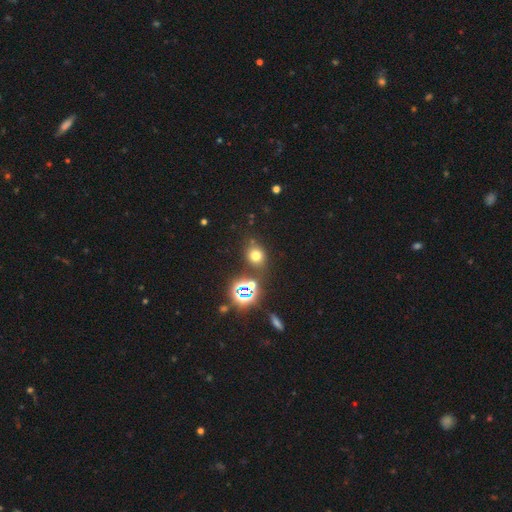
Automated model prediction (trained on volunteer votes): Q: Smooth or featured?
A: smooth (63%); runner-up: star or artifact (29%)
Q: How rounded?
A: round (70%); runner-up: in between (28%)
Q: Merging?
A: none (75%); runner-up: minor disturbance (11%)